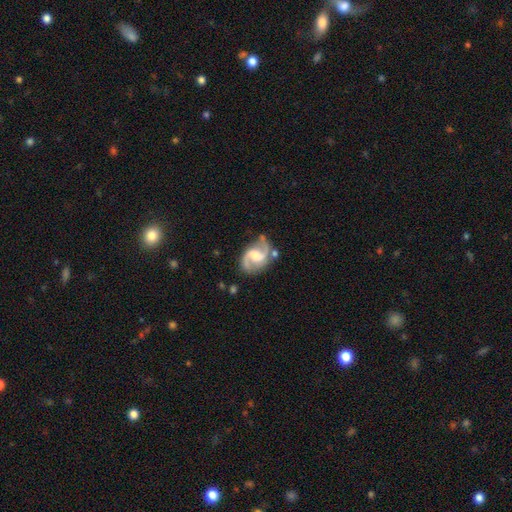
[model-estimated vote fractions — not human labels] This is clearly a featured or disk galaxy (90%). It is clearly not viewed edge-on (98%). Bar: possibly weak (51%). Spiral arm pattern: clearly yes (97%). Spiral arm count: clearly 2 (93%). Spiral winding: possibly medium (55%). Central bulge: possibly moderate (53%). Merging: likely none (71%).